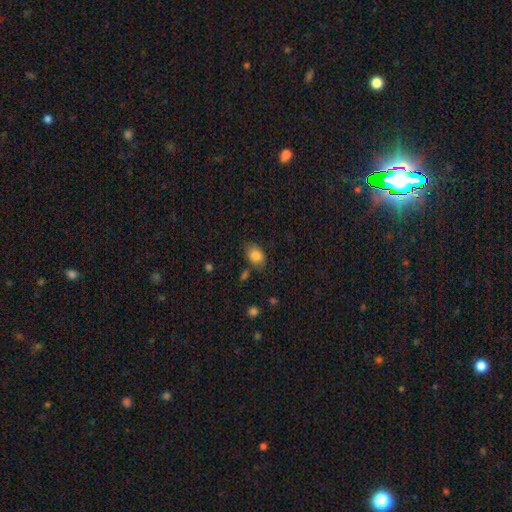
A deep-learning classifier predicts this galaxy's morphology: Q: Smooth or featured?
A: smooth (84%); runner-up: star or artifact (8%)
Q: How rounded?
A: in between (77%); runner-up: round (22%)
Q: Merging?
A: none (68%); runner-up: minor disturbance (21%)